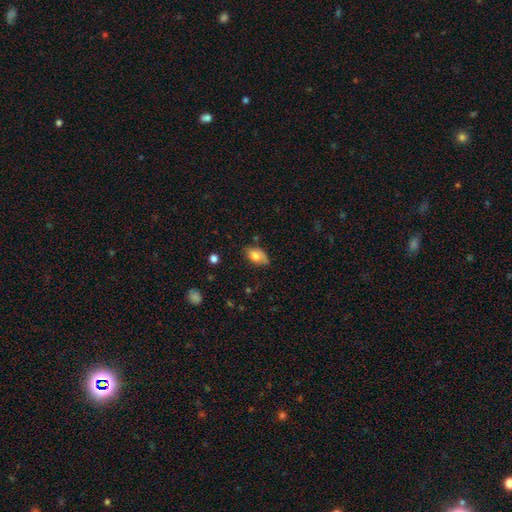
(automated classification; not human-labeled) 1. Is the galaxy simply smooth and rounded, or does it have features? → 76% smooth, 16% featured or disk, 8% star or artifact.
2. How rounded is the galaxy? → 88% in between, 10% round, 2% cigar-shaped.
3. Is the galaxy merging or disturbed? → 54% none, 34% minor disturbance, 8% major disturbance, 3% merger.